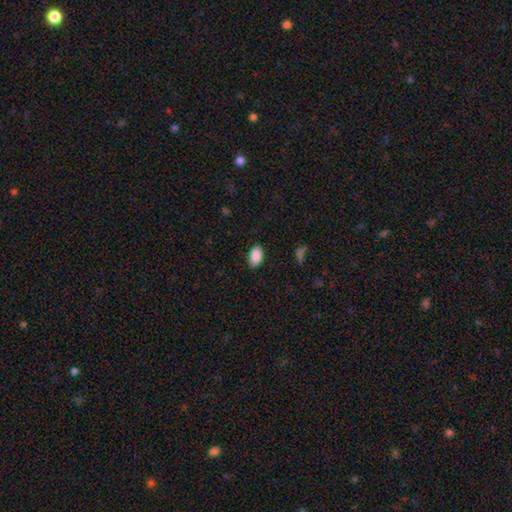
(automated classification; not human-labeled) Smooth or featured? smooth (89%)
How rounded? in between (93%)
Merging? none (86%)